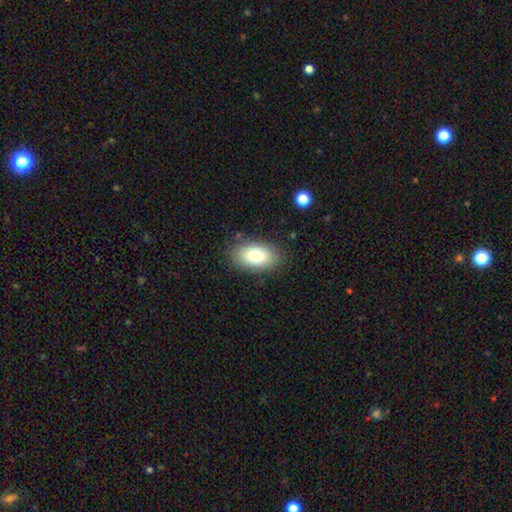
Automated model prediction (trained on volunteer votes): smooth-or-featured: smooth: 77% | featured or disk: 14% | star or artifact: 8%
  how-rounded: in between: 91% | round: 7% | cigar-shaped: 2%
  merging: none: 85% | minor disturbance: 11% | major disturbance: 3% | merger: 1%